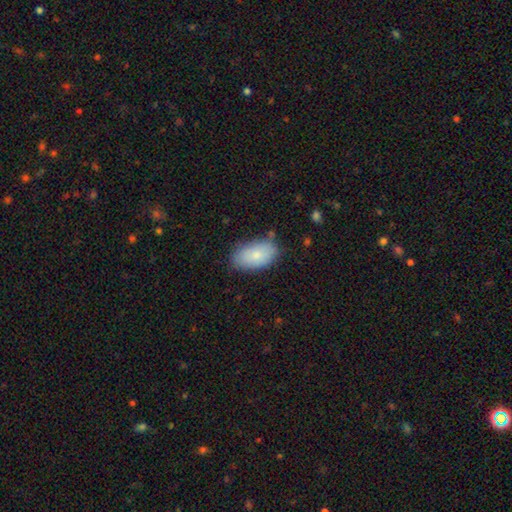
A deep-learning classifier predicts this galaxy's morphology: A smooth galaxy with no disk features (80%) that is in between round and cigar-shaped (94%).

Vote fractions:
- Smooth or featured? smooth: 80% / featured or disk: 13% / star or artifact: 7%
- How rounded? in between: 94% / round: 4% / cigar-shaped: 2%
- Merging? none: 77% / minor disturbance: 18% / major disturbance: 4% / merger: 2%